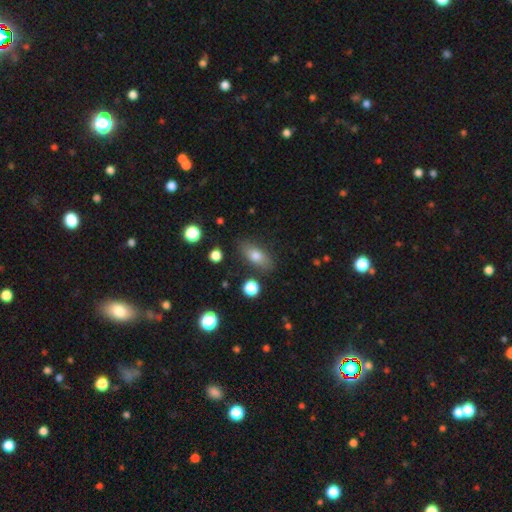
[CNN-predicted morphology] This appears to be a smooth galaxy with no disk features (75%) that is in between round and cigar-shaped (81%). Merging: none (83%).